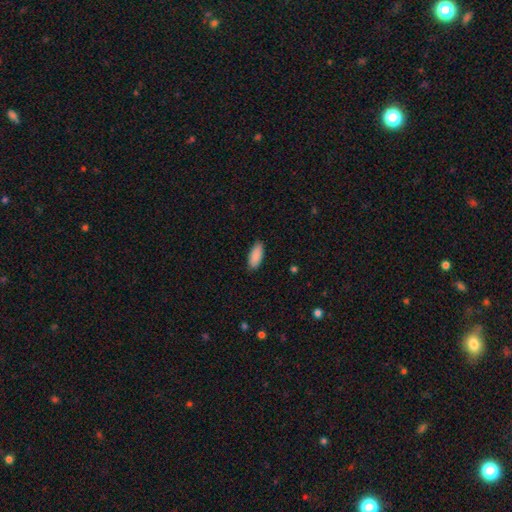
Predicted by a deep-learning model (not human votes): Overall: smooth (90%). How rounded: in between (82%). Merging: none (87%).